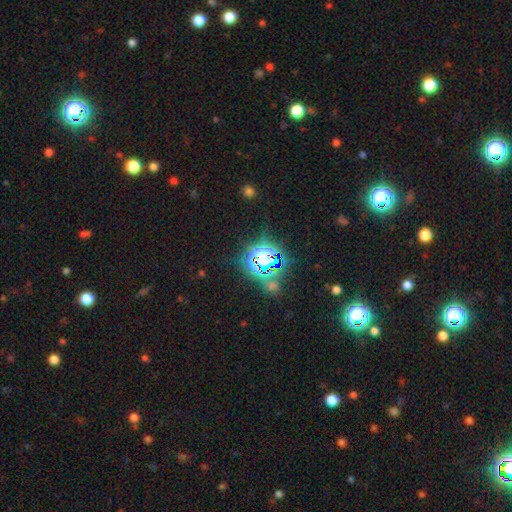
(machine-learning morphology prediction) The model was most divided on "smooth or featured": star or artifact: 76%, smooth: 15%, featured or disk: 9%.